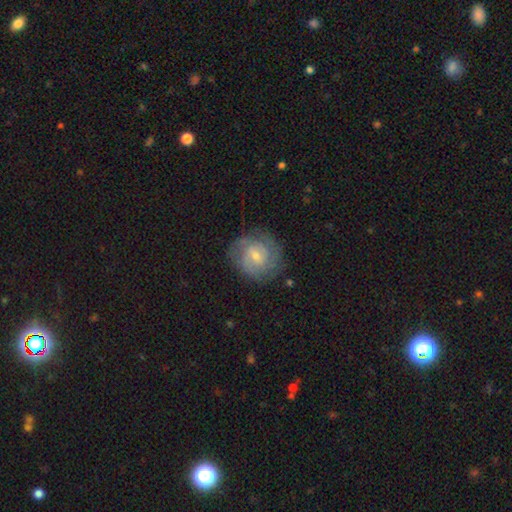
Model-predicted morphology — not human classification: Smooth or featured: featured or disk — 72% (smooth — 21%)
Edge-on disk: no — 98% (yes — 2%)
Bar: weak — 52% (no — 38%)
Spiral arms: yes — 91% (no — 9%)
Spiral winding: tight — 62% (medium — 30%)
Spiral arm count: 2 — 43% (can't tell — 31%)
Bulge size: small — 62% (moderate — 33%)
Merging: none — 78% (minor disturbance — 15%)